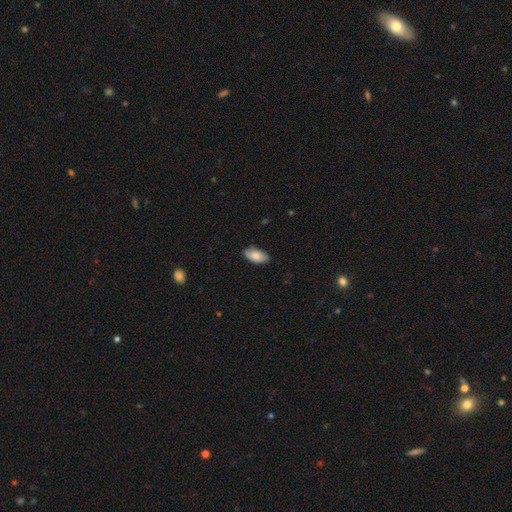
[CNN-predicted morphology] Smooth or featured? Predicted: smooth (p=0.82). How rounded? Predicted: in between (p=0.94). Merging? Predicted: none (p=0.79).